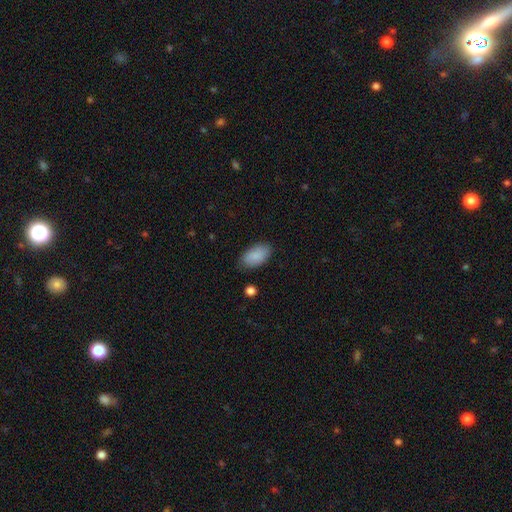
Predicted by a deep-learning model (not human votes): The model was most divided on "merging": none: 84%, minor disturbance: 12%, major disturbance: 3%, merger: 1%. More confident: how rounded — in between (95%); smooth or featured — smooth (88%).